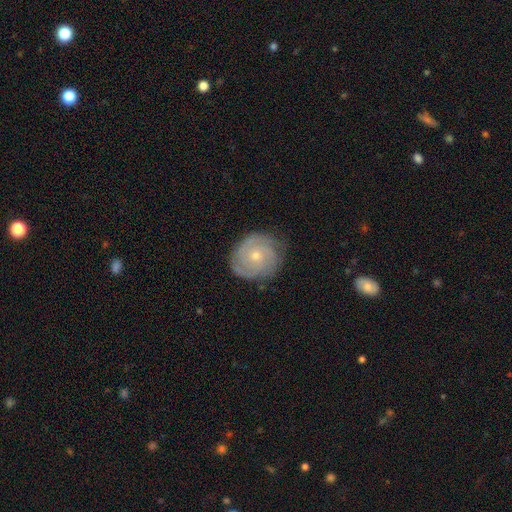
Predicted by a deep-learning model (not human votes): smooth-or-featured: featured or disk: 84% | smooth: 11% | star or artifact: 6%
  disk-edge-on: no: 98% | yes: 2%
    bar: no: 79% | weak: 18% | strong: 3%
    has-spiral-arms: yes: 97% | no: 3%
      spiral-winding: tight: 74% | medium: 22% | loose: 4%
      spiral-arm-count: 3: 36% | 2: 25% | can't tell: 18% | 4: 10% | 1: 5% | more than 4: 5%
    bulge-size: small: 66% | moderate: 31% | none: 1% | large: 1% | dominant: 1%
  merging: none: 80% | minor disturbance: 15% | major disturbance: 4% | merger: 1%